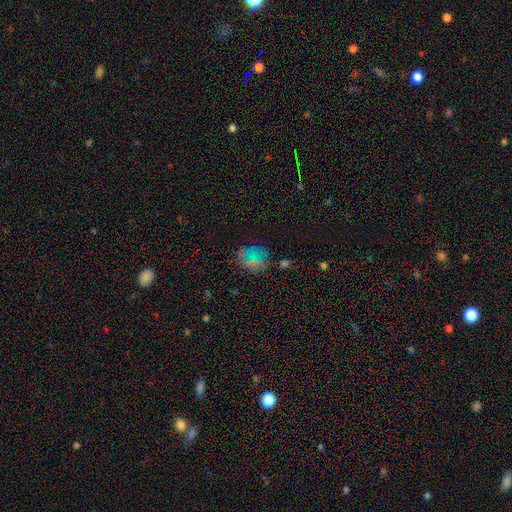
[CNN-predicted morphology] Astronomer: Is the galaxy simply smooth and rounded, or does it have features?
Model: smooth — 58%.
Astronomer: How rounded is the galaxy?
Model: round — 61% (runner-up: in between, 37%).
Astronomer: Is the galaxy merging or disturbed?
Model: none — 72%.